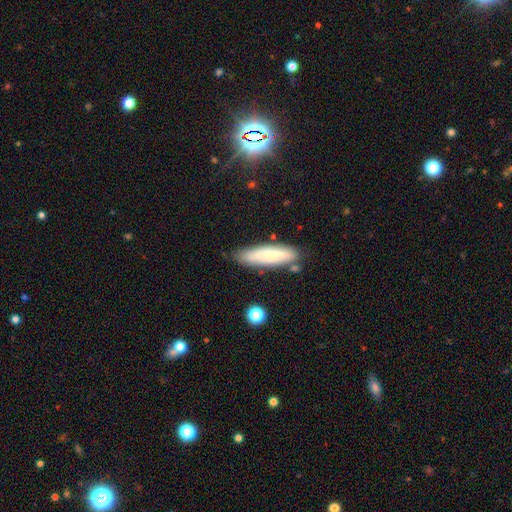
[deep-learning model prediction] Smooth or featured? Predicted: smooth (p=0.65). How rounded? Predicted: cigar-shaped (p=0.61). Merging? Predicted: none (p=0.73).